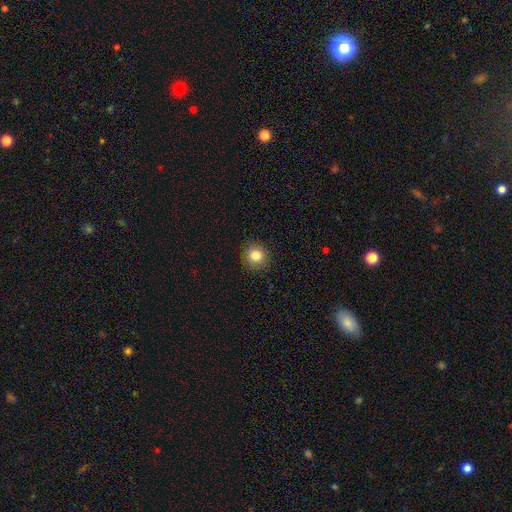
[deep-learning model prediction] Smooth or featured: smooth — 82% (star or artifact — 11%)
How rounded: round — 91% (in between — 8%)
Merging: none — 91% (minor disturbance — 6%)